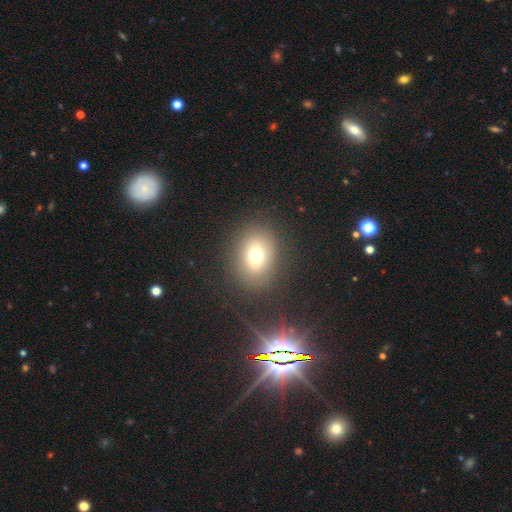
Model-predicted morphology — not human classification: This appears to be a smooth galaxy with no disk features (71%) that is round (50%). Merging: none (82%).